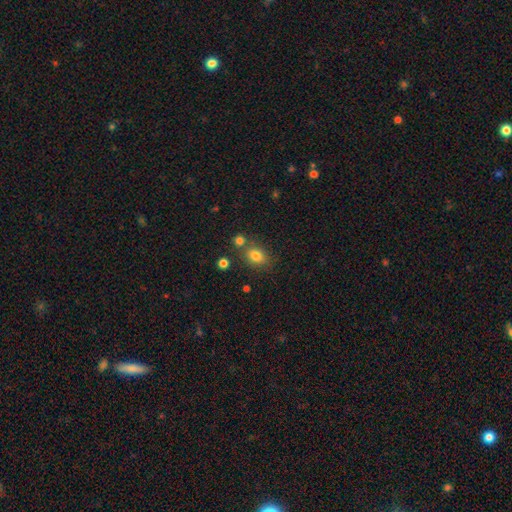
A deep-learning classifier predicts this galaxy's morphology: smooth-or-featured: smooth: 81% | star or artifact: 12% | featured or disk: 7%
  how-rounded: in between: 63% | round: 35% | cigar-shaped: 1%
  merging: none: 67% | merger: 17% | minor disturbance: 12% | major disturbance: 4%